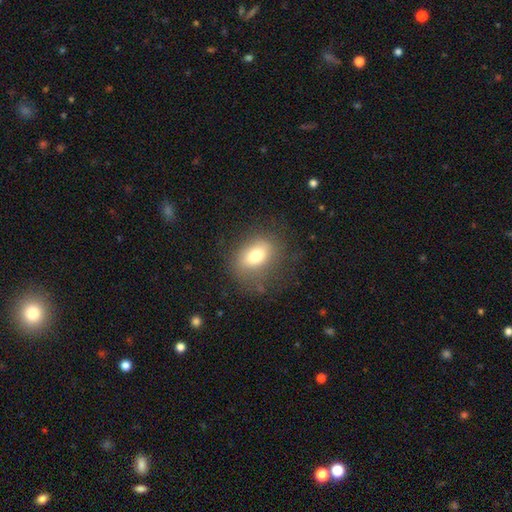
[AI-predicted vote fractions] Smooth or featured? smooth (74%)
How rounded? in between (66%)
Merging? none (72%)